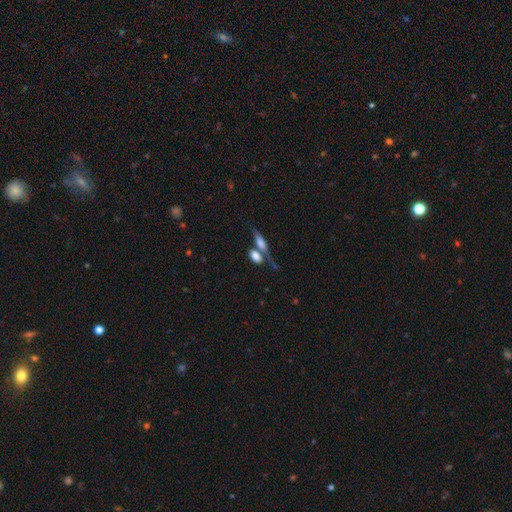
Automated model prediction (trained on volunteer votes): A smooth galaxy with no disk features (69%) that is in between round and cigar-shaped (77%).

Vote fractions:
- Smooth or featured? smooth: 69% / featured or disk: 22% / star or artifact: 9%
- How rounded? in between: 77% / cigar-shaped: 13% / round: 10%
- Merging? merger: 42% / none: 41% / minor disturbance: 11% / major disturbance: 6%